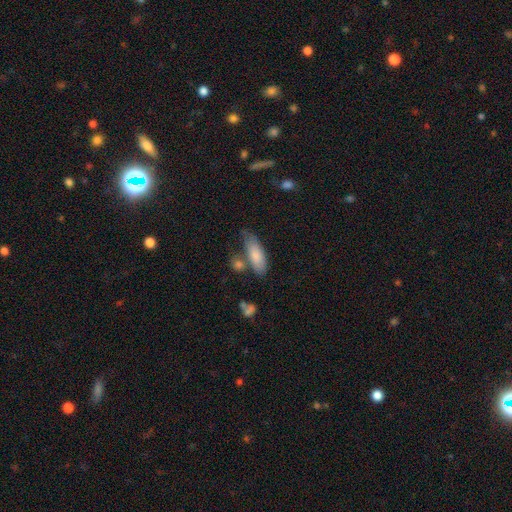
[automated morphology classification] Smooth or featured?
  - smooth: 80% *
  - featured or disk: 14%
  - star or artifact: 6%
How rounded?
  - in between: 69% *
  - cigar-shaped: 29%
  - round: 2%
Merging?
  - none: 54% *
  - minor disturbance: 23%
  - merger: 16%
  - major disturbance: 7%